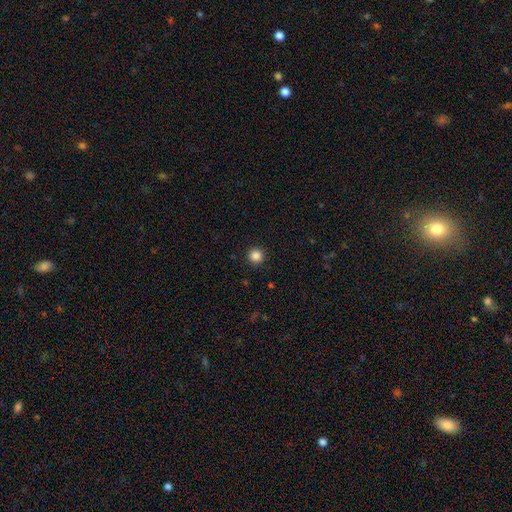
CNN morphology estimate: The model was most divided on "smooth or featured": smooth: 86%, star or artifact: 11%, featured or disk: 3%. More confident: how rounded — round (96%); merging — none (93%).